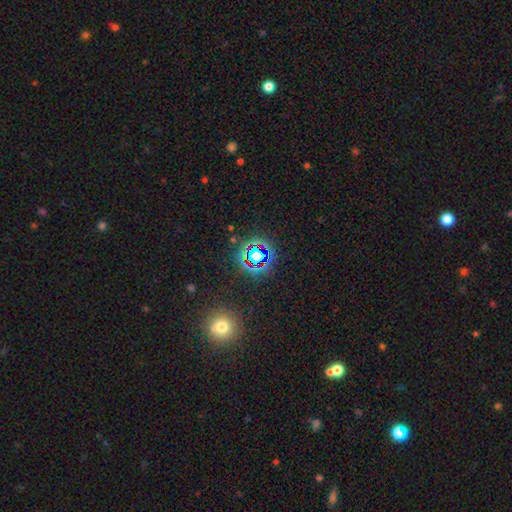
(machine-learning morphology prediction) Smooth or featured: star or artifact — 72% (smooth — 18%)